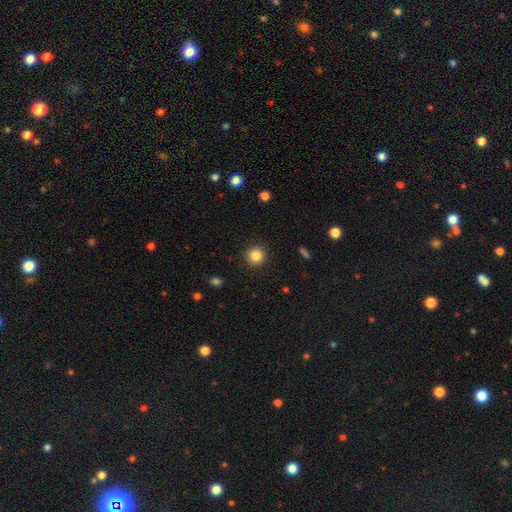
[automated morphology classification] Overall: smooth (85%). How rounded: round (94%). Merging: none (92%).